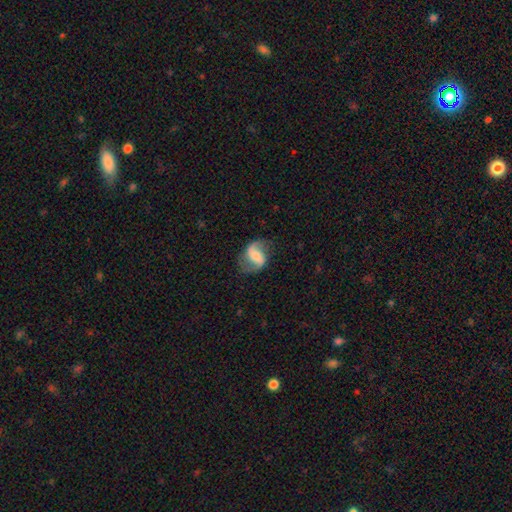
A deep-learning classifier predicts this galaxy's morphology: type=featured or disk (78%); edge-on=no (98%); bar=weak (41%); spiral arms=yes (94%); winding=loose (55%); arm count=2 (91%); bulge=moderate (34%, tied with small); merging=none (72%).